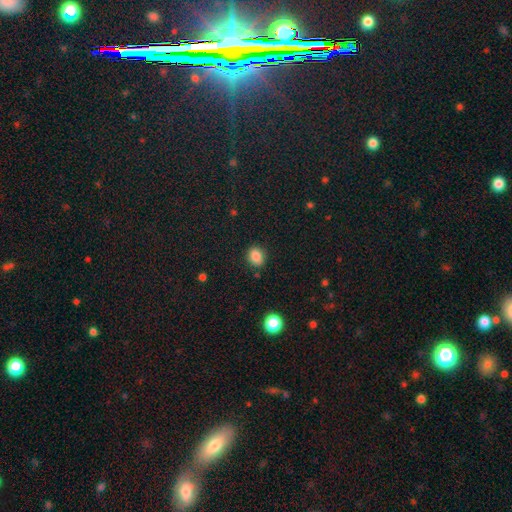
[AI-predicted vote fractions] Smooth or featured? Predicted: smooth (p=0.86). How rounded? Predicted: round (p=0.51). Merging? Predicted: none (p=0.86).